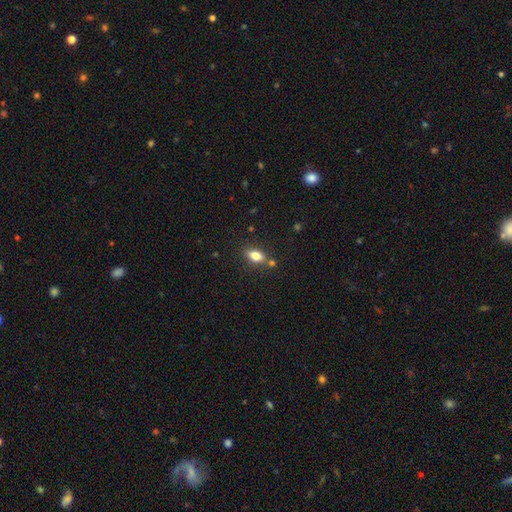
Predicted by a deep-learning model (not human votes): A smooth galaxy with no disk features (79%) that is in between round and cigar-shaped (84%).

Vote fractions:
- Smooth or featured? smooth: 79% / featured or disk: 11% / star or artifact: 9%
- How rounded? in between: 84% / round: 9% / cigar-shaped: 7%
- Merging? none: 72% / minor disturbance: 13% / merger: 12% / major disturbance: 3%